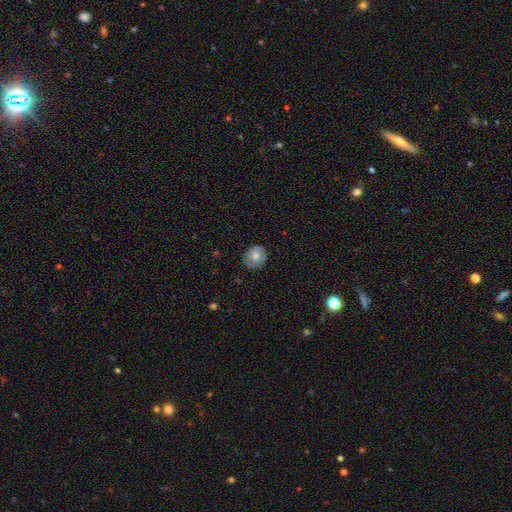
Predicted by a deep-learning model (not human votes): Smooth or featured? smooth (72%)
How rounded? round (72%)
Merging? none (77%)